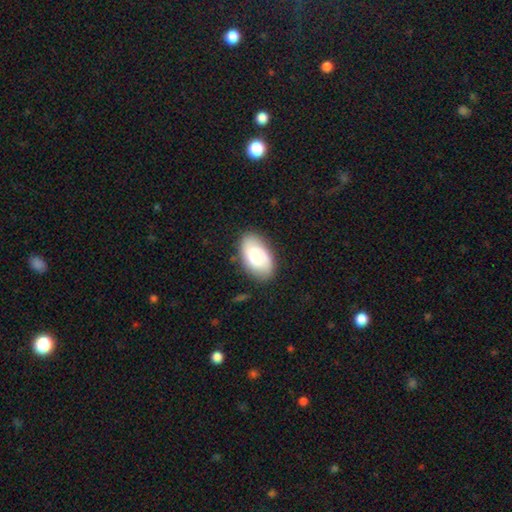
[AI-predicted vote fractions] Smooth or featured?
  - smooth: 65% *
  - featured or disk: 29%
  - star or artifact: 7%
How rounded?
  - in between: 94% *
  - round: 5%
  - cigar-shaped: 2%
Merging?
  - none: 81% *
  - minor disturbance: 14%
  - major disturbance: 4%
  - merger: 1%